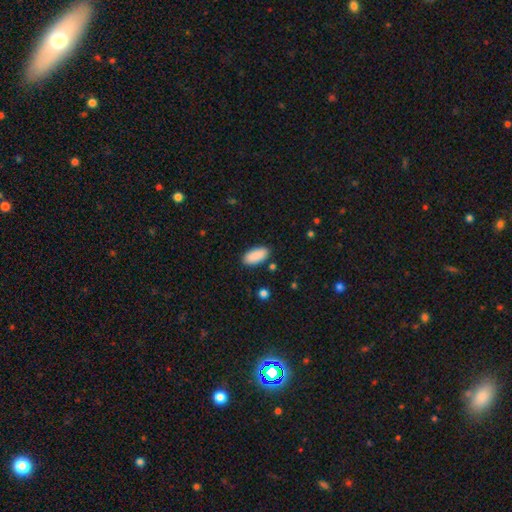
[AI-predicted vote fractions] This appears to be a smooth galaxy with no disk features (90%) that is in between round and cigar-shaped (92%). Merging: none (87%).